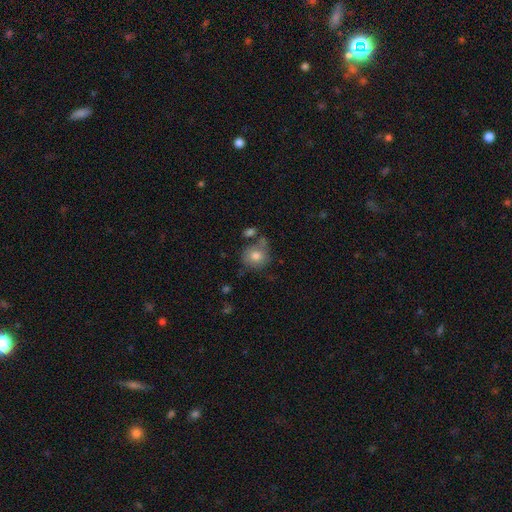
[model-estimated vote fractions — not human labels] Overall: smooth (77%). How rounded: round (77%). Merging: none (56%; minor disturbance 20%).